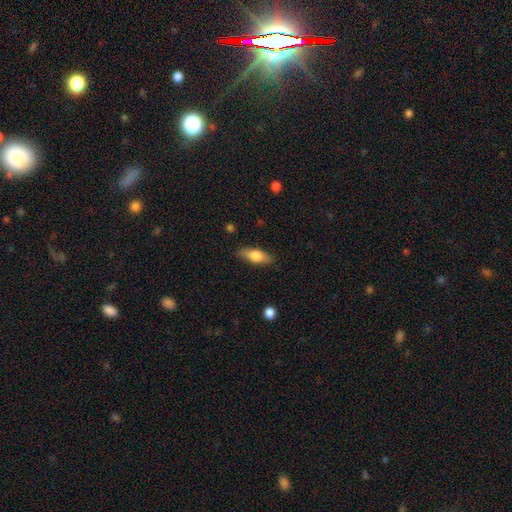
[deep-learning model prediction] Morphology: type=smooth (70%); roundness=in between (67%); merging=none (85%).